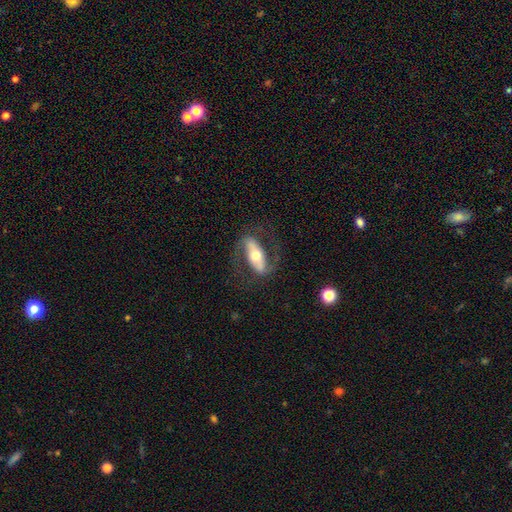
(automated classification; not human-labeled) Smooth or featured: featured or disk — 72% (smooth — 23%)
Edge-on disk: no — 84% (yes — 16%)
Bar: strong — 56% (no — 23%)
Spiral arms: yes — 82% (no — 18%)
Bulge size: moderate — 67% (large — 16%)
Merging: none — 73% (minor disturbance — 14%)